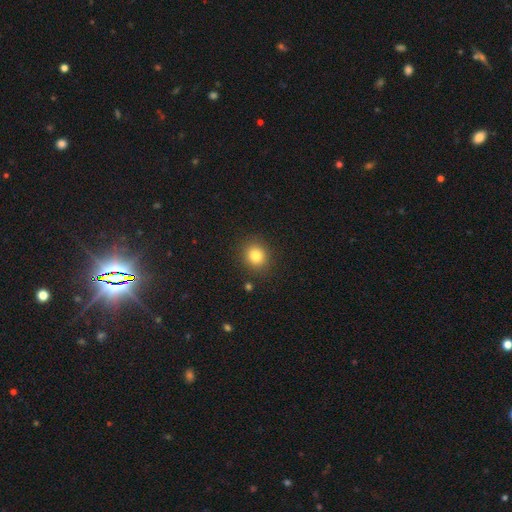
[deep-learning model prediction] Morphology: type=smooth (81%); roundness=round (80%); merging=none (88%).